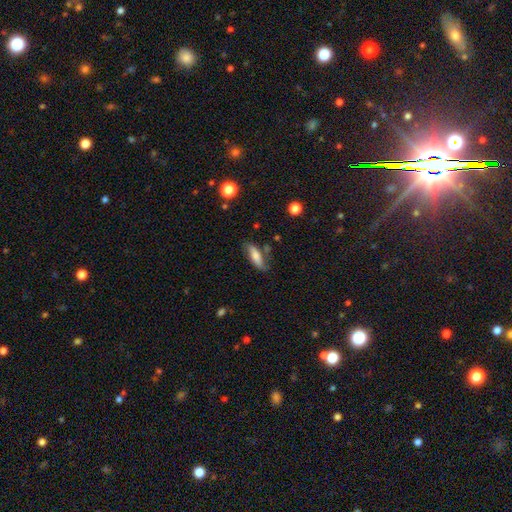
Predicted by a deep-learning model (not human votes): Smooth or featured: smooth — 62% (featured or disk — 30%)
How rounded: in between — 52% (cigar-shaped — 45%)
Merging: none — 65% (minor disturbance — 23%)